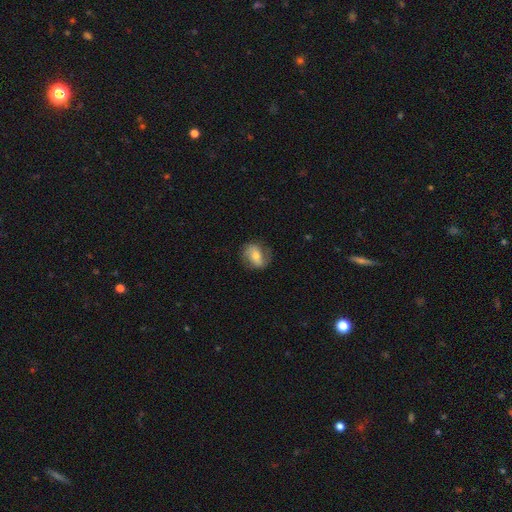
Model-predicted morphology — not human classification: Smooth or featured? featured or disk (47%)
Merging? none (74%)